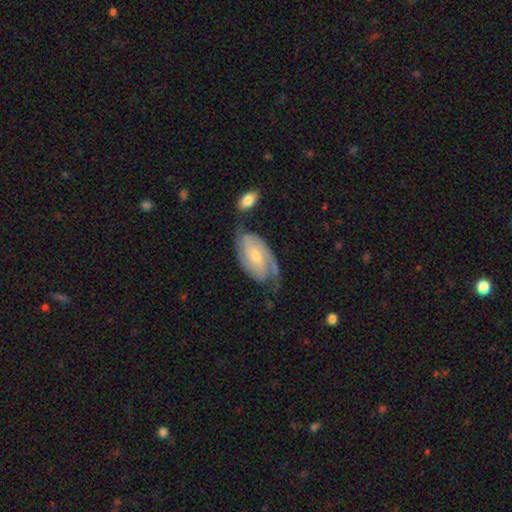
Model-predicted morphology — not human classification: Smooth or featured?
  - featured or disk: 75% *
  - smooth: 19%
  - star or artifact: 6%
Edge-on disk?
  - no: 95% *
  - yes: 5%
Bar?
  - no: 48% *
  - weak: 40%
  - strong: 12%
Spiral arms?
  - yes: 94% *
  - no: 6%
Spiral winding?
  - tight: 42% *
  - medium: 41%
  - loose: 17%
Spiral arm count?
  - 2: 71% *
  - can't tell: 13%
  - 1: 8%
  - 3: 4%
  - 4: 1%
  - more than 4: 1%
Bulge size?
  - small: 62% *
  - moderate: 30%
  - none: 4%
  - large: 3%
  - dominant: 1%
Merging?
  - none: 57% *
  - minor disturbance: 22%
  - major disturbance: 13%
  - merger: 8%